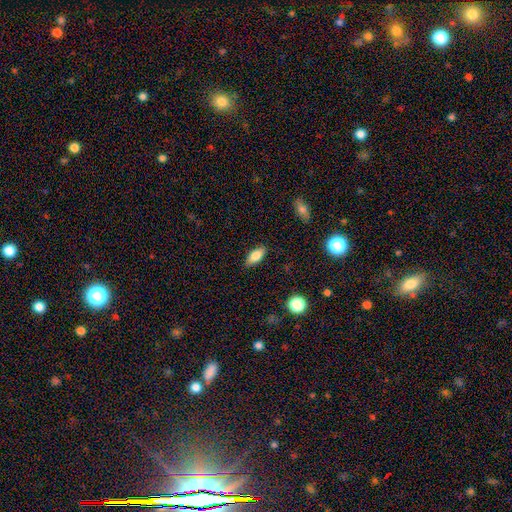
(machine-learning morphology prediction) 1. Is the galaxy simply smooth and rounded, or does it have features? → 79% smooth, 13% featured or disk, 8% star or artifact.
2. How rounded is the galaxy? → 83% in between, 13% cigar-shaped, 3% round.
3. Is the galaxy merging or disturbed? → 87% none, 10% minor disturbance, 2% major disturbance, 1% merger.